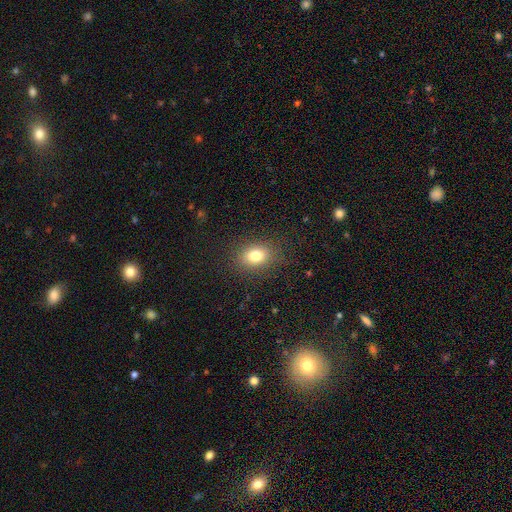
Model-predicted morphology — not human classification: This is likely a smooth galaxy (78%). How rounded: likely in between (63%). Merging: clearly none (84%).